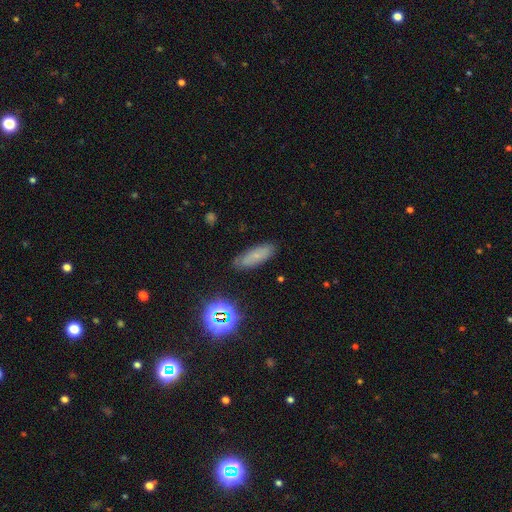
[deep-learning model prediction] Morphology: type=smooth (63%); roundness=in between (64%); merging=none (79%).